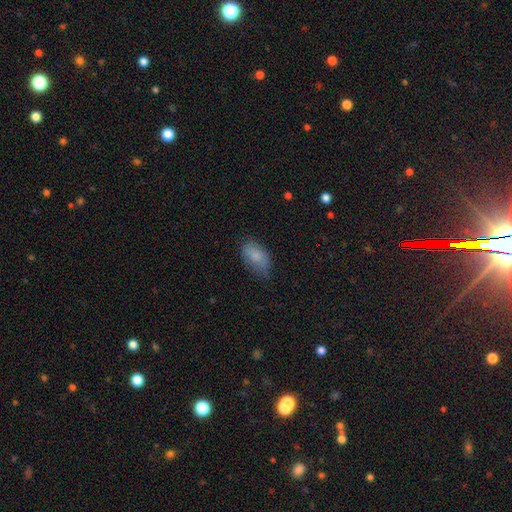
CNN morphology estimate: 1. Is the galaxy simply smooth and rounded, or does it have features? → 82% smooth, 10% featured or disk, 7% star or artifact.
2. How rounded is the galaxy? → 92% in between, 5% round, 2% cigar-shaped.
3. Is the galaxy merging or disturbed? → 62% none, 29% minor disturbance, 8% major disturbance, 1% merger.